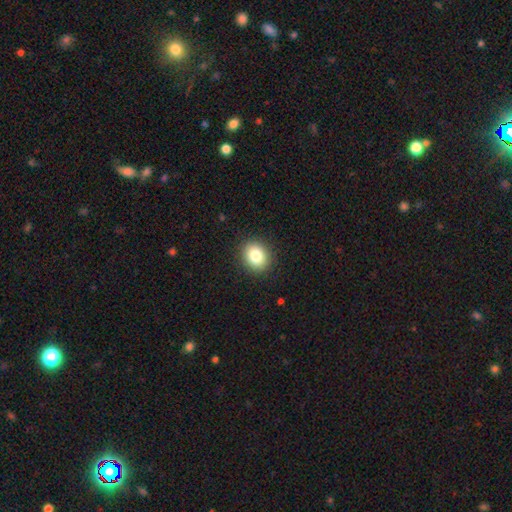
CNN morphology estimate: Smooth or featured: smooth — 83% (star or artifact — 10%)
How rounded: round — 68% (in between — 31%)
Merging: none — 91% (minor disturbance — 6%)